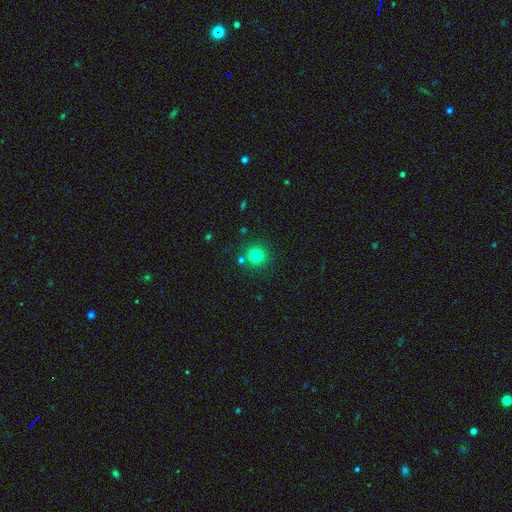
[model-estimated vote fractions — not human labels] Smooth or featured? smooth (78%)
How rounded? round (94%)
Merging? none (84%)